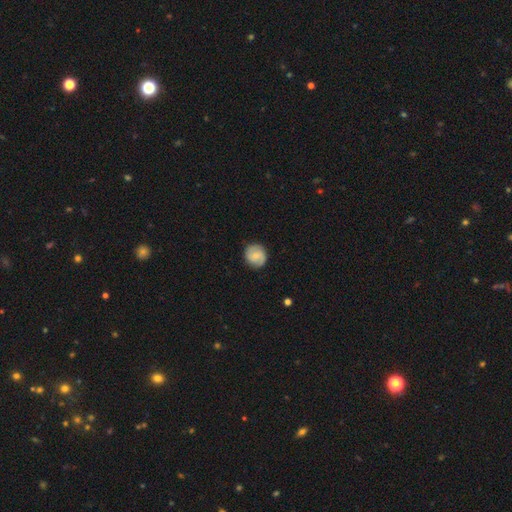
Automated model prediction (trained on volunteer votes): smooth-or-featured: featured or disk: 48% | smooth: 44% | star or artifact: 7%
  merging: none: 85% | minor disturbance: 11% | major disturbance: 3% | merger: 1%